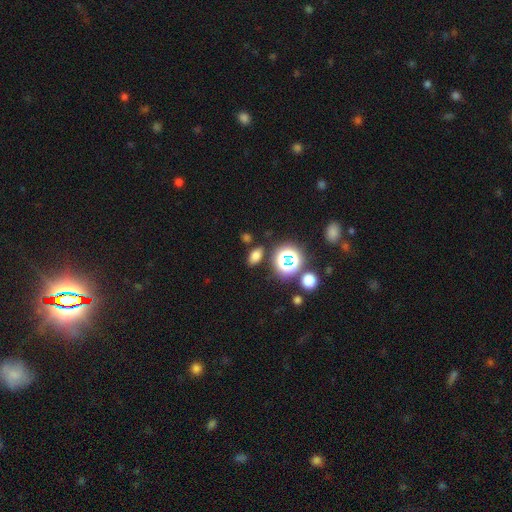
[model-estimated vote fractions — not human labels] Q: Smooth or featured?
A: smooth (67%); runner-up: star or artifact (25%)
Q: How rounded?
A: in between (81%); runner-up: round (16%)
Q: Merging?
A: none (83%); runner-up: minor disturbance (10%)